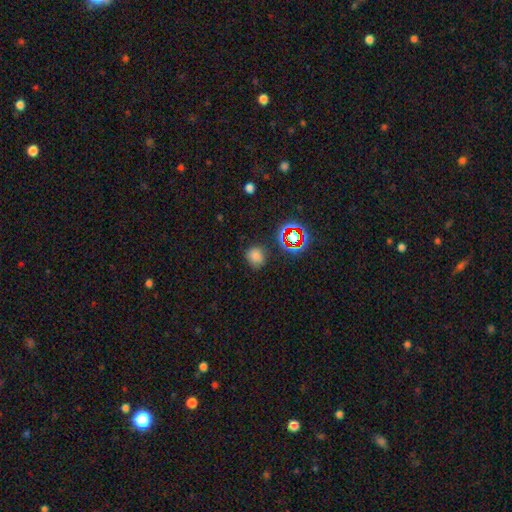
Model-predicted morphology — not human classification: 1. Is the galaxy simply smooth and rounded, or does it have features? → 72% smooth, 21% star or artifact, 6% featured or disk.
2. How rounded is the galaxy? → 79% round, 19% in between, 1% cigar-shaped.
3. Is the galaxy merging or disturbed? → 81% none, 13% minor disturbance, 4% major disturbance, 2% merger.